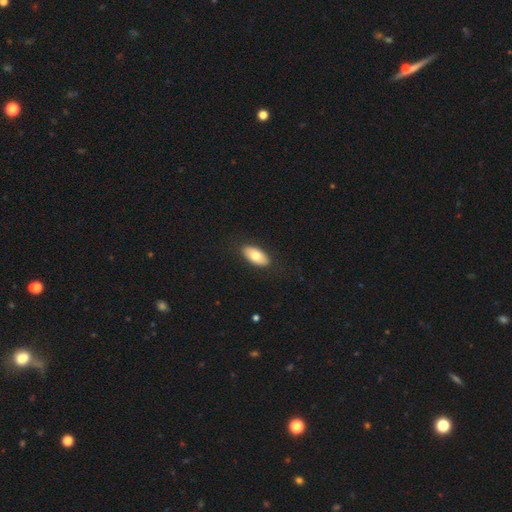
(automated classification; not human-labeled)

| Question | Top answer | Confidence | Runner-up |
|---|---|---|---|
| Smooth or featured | smooth | 75% | featured or disk (19%) |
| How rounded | in between | 92% | cigar-shaped (6%) |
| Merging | none | 87% | minor disturbance (10%) |